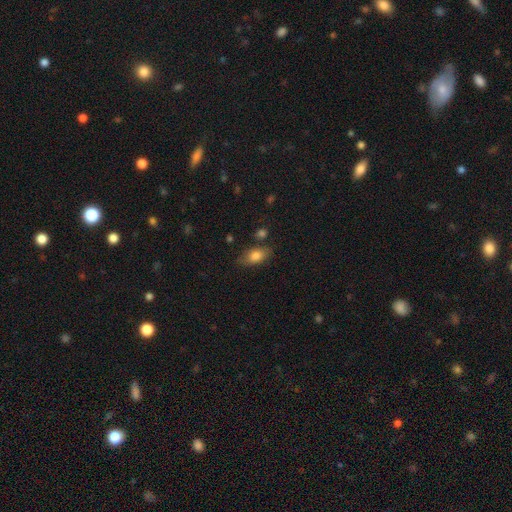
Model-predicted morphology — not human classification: smooth 79%, featured or disk 13%, star or artifact 8%. Down the decision tree: how rounded — in between (88%); merging — none (76%).